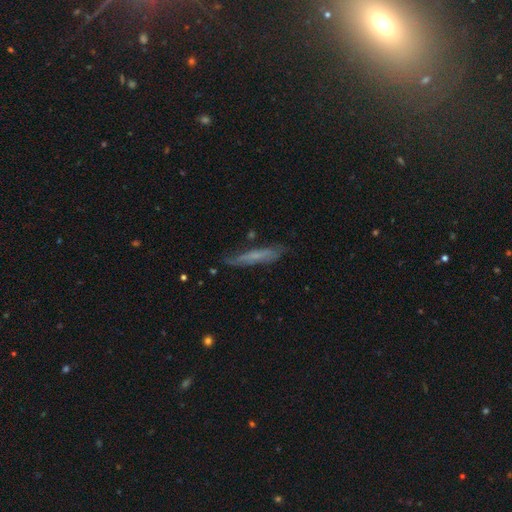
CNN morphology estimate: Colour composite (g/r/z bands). It shows a smooth galaxy with no disk features (49%). Merging: none (70%).